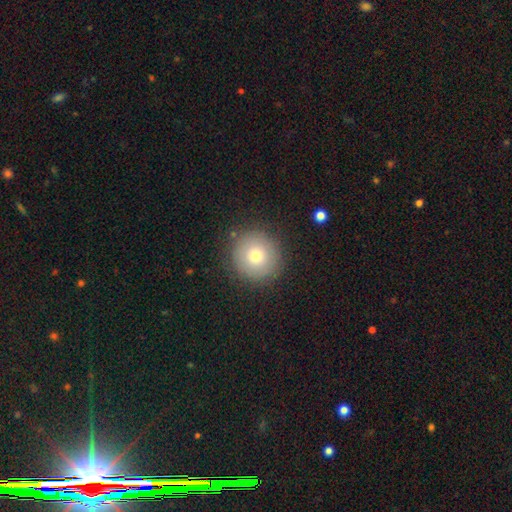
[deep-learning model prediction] Overall: smooth (73%). How rounded: round (95%). Merging: none (88%).